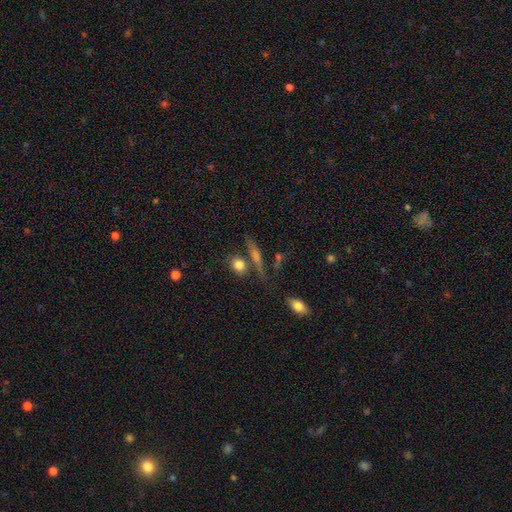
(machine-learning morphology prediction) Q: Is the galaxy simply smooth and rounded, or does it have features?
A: smooth — 50%.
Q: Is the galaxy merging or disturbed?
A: none — 72%.